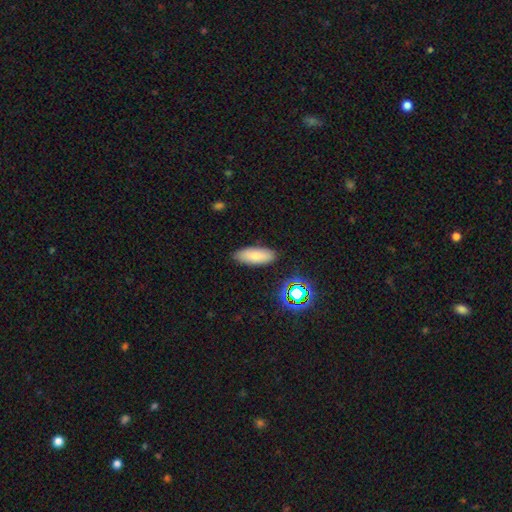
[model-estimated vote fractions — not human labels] Smooth or featured? smooth (80%)
How rounded? in between (75%)
Merging? none (86%)